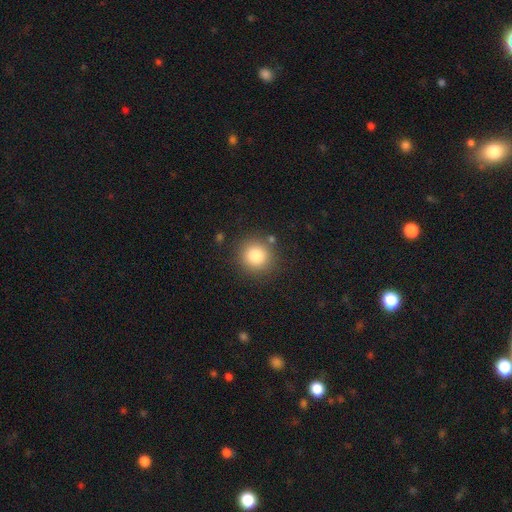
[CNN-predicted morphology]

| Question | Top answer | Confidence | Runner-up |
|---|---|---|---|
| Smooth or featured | smooth | 82% | star or artifact (11%) |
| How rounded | round | 92% | in between (8%) |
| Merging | none | 85% | minor disturbance (8%) |